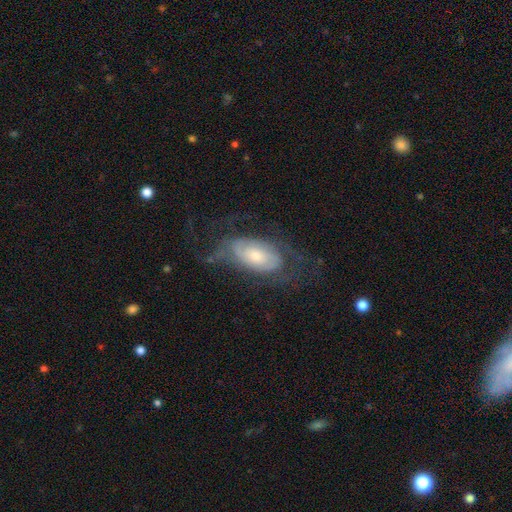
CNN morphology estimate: Smooth or featured: featured or disk — 68% (smooth — 25%)
Edge-on disk: no — 91% (yes — 9%)
Bar: no — 72% (weak — 23%)
Spiral arms: yes — 77% (no — 23%)
Bulge size: moderate — 45% (small — 43%)
Merging: none — 54% (major disturbance — 23%)